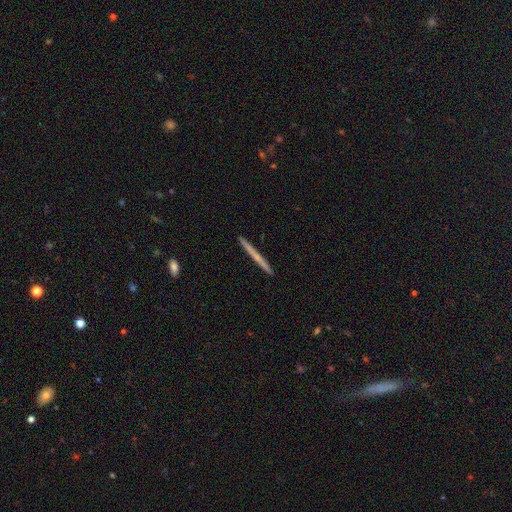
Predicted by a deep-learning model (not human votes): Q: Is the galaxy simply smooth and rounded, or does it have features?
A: featured or disk — 49%.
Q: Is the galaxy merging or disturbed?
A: none — 93%.